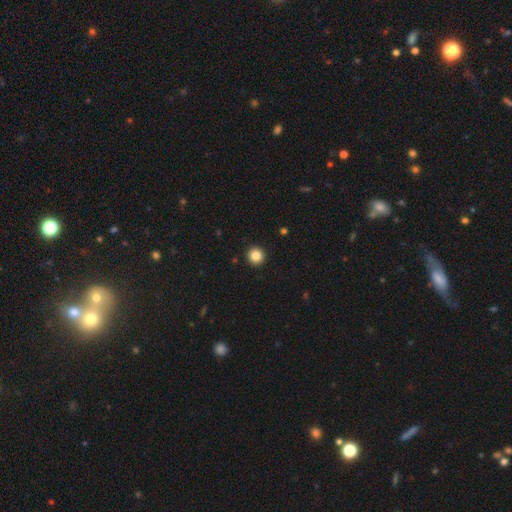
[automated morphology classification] This is clearly a smooth galaxy (86%). How rounded: clearly round (96%). Merging: clearly none (94%).